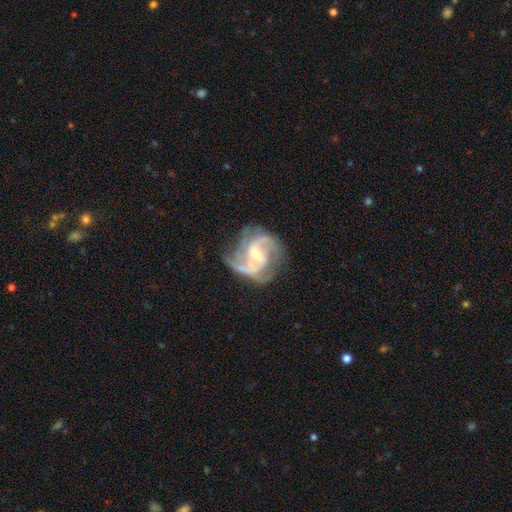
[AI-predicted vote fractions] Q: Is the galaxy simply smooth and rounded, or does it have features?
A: featured or disk — 89%.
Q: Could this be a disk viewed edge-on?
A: no — 98%.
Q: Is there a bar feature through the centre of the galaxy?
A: weak — 49%.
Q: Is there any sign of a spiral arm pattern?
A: yes — 97%.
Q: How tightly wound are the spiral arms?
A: medium — 55%.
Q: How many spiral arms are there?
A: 2 — 51%.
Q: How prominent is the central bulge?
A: small — 58%.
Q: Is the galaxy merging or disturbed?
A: none — 59%.